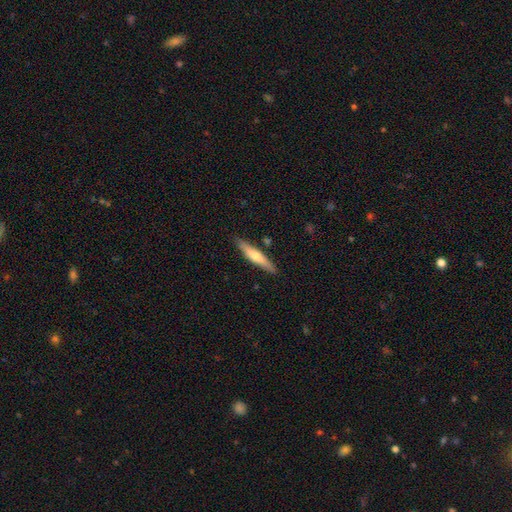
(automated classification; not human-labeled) This is possibly a smooth galaxy (53%). How rounded: clearly cigar-shaped (89%). Merging: clearly none (86%).